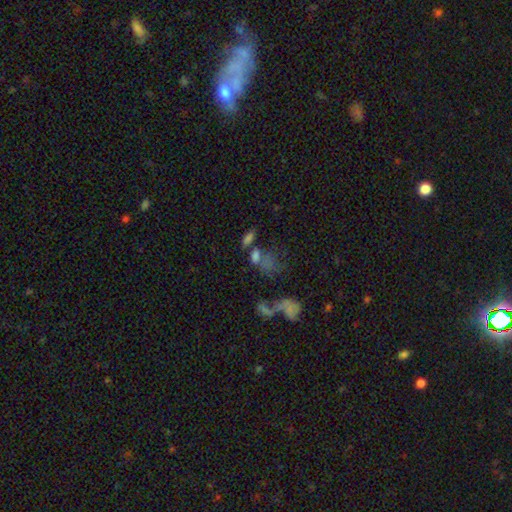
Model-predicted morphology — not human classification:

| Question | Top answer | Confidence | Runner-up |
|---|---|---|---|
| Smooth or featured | star or artifact | 41% | smooth (33%) |